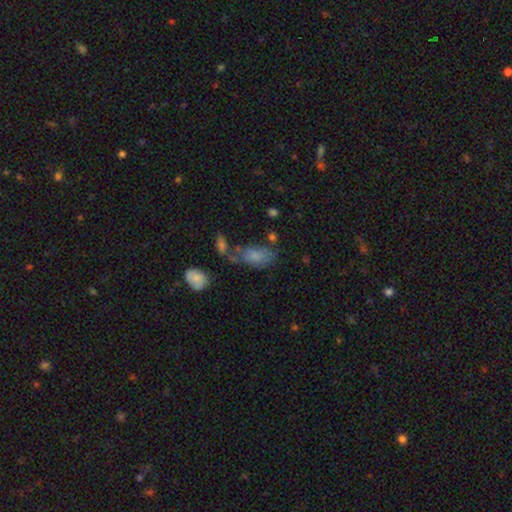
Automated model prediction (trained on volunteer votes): Q: Smooth or featured?
A: smooth (76%); runner-up: featured or disk (14%)
Q: How rounded?
A: in between (91%); runner-up: round (6%)
Q: Merging?
A: none (44%); runner-up: minor disturbance (24%)